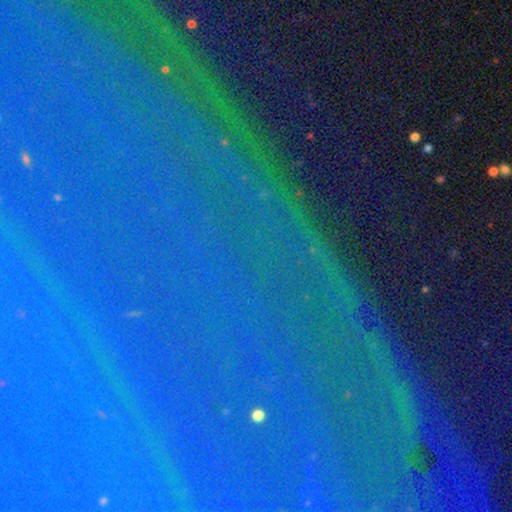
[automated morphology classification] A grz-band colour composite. It shows a star or artifact, not a galaxy (85%).